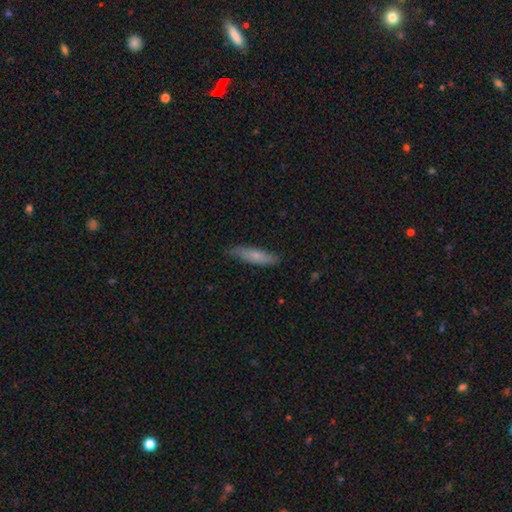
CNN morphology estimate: smooth-or-featured: smooth: 70% | featured or disk: 24% | star or artifact: 6%
  how-rounded: cigar-shaped: 70% | in between: 28% | round: 2%
  merging: none: 78% | minor disturbance: 18% | major disturbance: 3% | merger: 1%